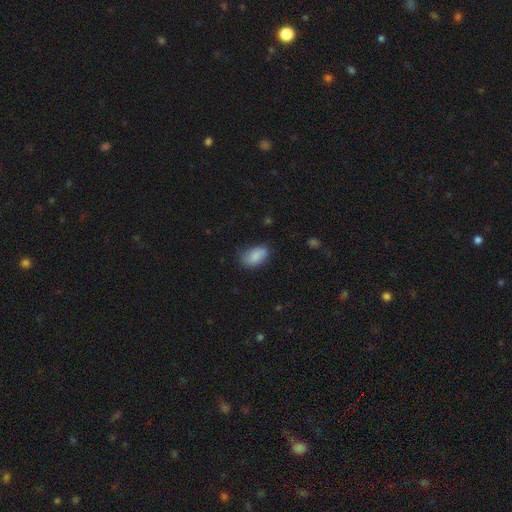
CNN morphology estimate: Q: Smooth or featured?
A: smooth (83%); runner-up: featured or disk (9%)
Q: How rounded?
A: in between (91%); runner-up: round (6%)
Q: Merging?
A: none (66%); runner-up: minor disturbance (26%)